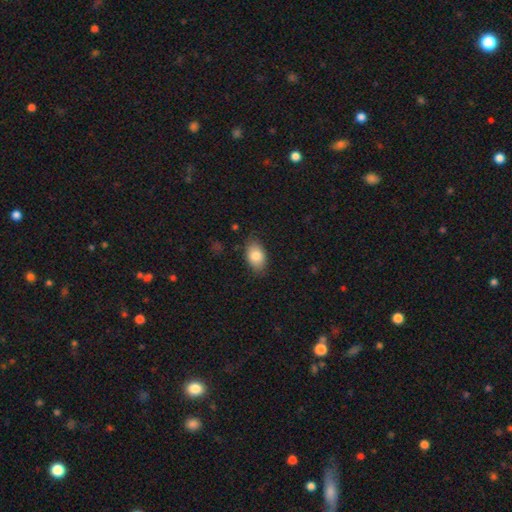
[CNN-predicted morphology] Overall: smooth (83%). How rounded: in between (89%). Merging: none (81%).